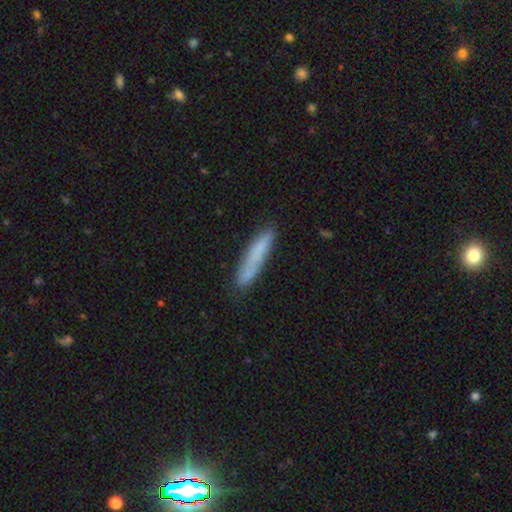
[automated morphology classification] A smooth galaxy with no disk features (76%) that is cigar-shaped (93%).

Vote fractions:
- Smooth or featured? smooth: 76% / featured or disk: 17% / star or artifact: 7%
- How rounded? cigar-shaped: 93% / in between: 6% / round: 1%
- Merging? none: 82% / minor disturbance: 13% / major disturbance: 3% / merger: 2%